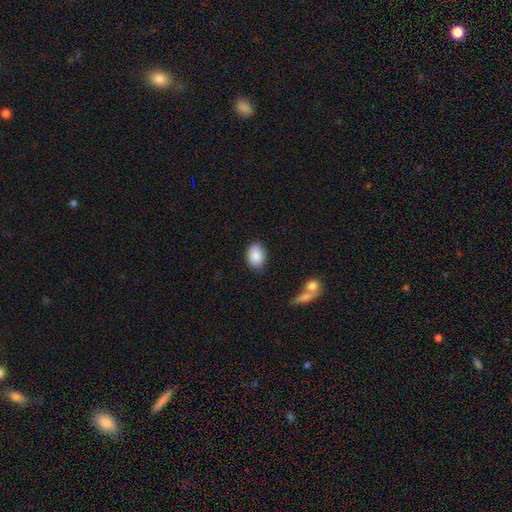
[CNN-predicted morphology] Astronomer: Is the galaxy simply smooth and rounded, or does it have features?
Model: smooth — 88%.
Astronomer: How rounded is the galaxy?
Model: in between — 79%.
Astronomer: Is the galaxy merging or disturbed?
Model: none — 81%.